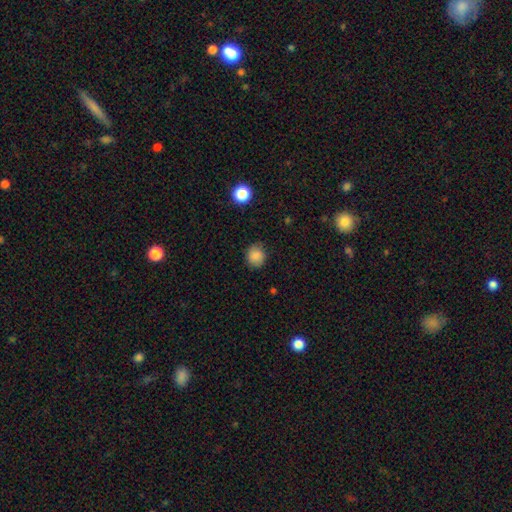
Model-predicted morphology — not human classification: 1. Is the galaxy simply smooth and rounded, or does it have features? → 85% smooth, 10% star or artifact, 5% featured or disk.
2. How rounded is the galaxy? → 80% round, 19% in between, 1% cigar-shaped.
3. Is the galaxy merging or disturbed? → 82% none, 14% minor disturbance, 3% major disturbance, 1% merger.